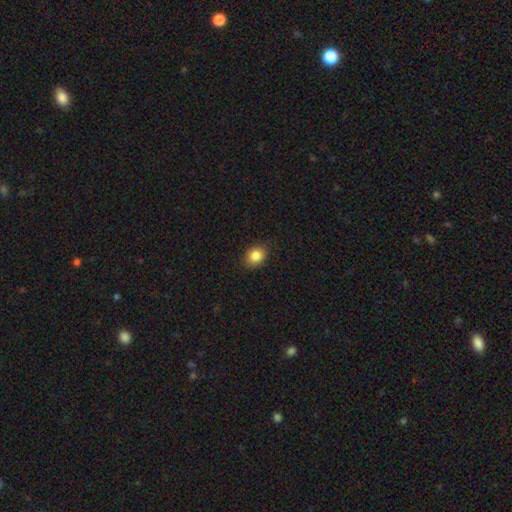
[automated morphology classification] Q: Smooth or featured?
A: smooth (85%); runner-up: star or artifact (10%)
Q: How rounded?
A: round (52%); runner-up: in between (47%)
Q: Merging?
A: none (86%); runner-up: minor disturbance (10%)